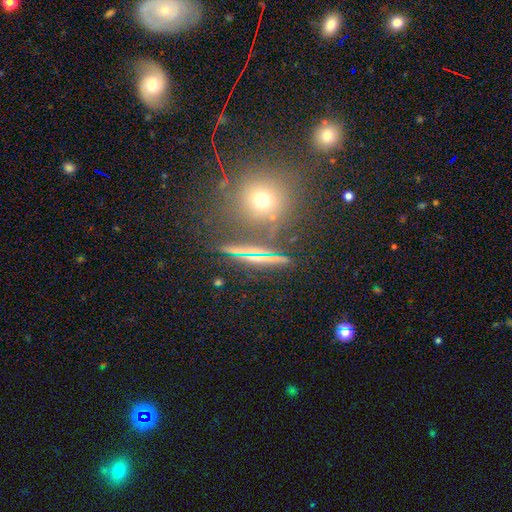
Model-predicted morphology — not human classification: Smooth or featured?
  - star or artifact: 47% *
  - smooth: 28%
  - featured or disk: 26%